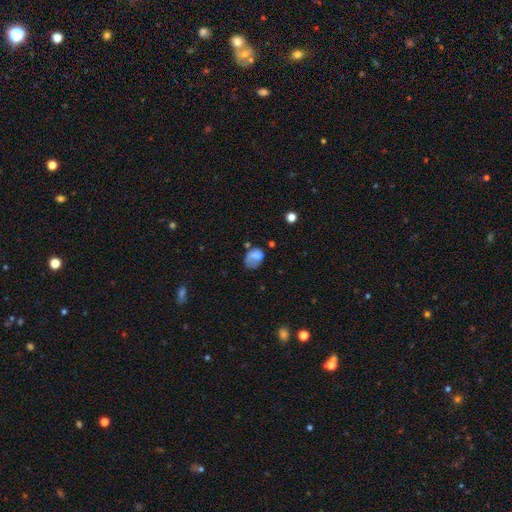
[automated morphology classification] Smooth or featured? Predicted: smooth (p=0.67). How rounded? Predicted: in between (p=0.65). Merging? Predicted: none (p=0.34).